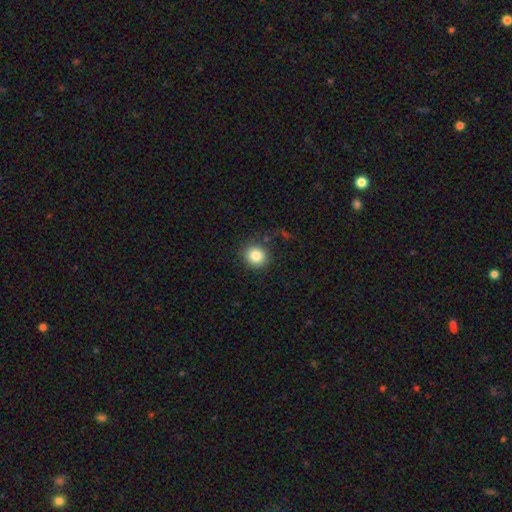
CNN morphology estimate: Smooth or featured?
  - smooth: 84% *
  - star or artifact: 10%
  - featured or disk: 6%
How rounded?
  - round: 86% *
  - in between: 13%
  - cigar-shaped: 1%
Merging?
  - none: 87% *
  - minor disturbance: 9%
  - major disturbance: 3%
  - merger: 2%